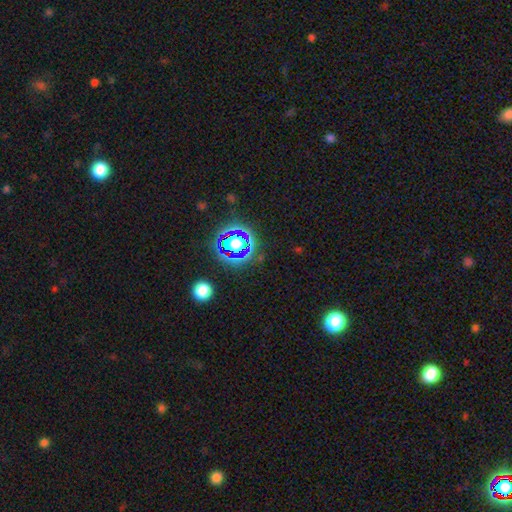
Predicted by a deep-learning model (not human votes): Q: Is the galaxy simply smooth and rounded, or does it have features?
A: star or artifact — 77%.